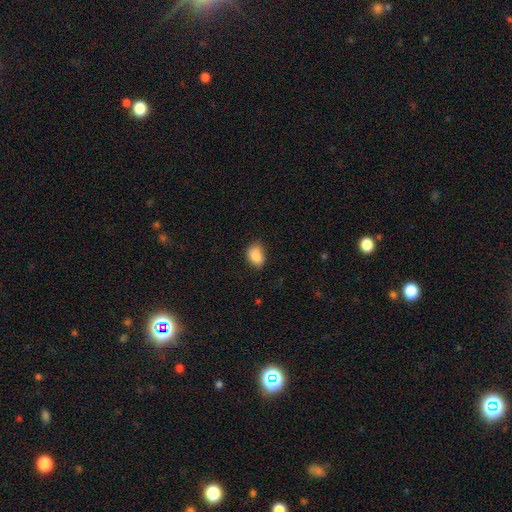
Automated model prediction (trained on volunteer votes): This appears to be a smooth galaxy with no disk features (87%) that is in between round and cigar-shaped (80%). Merging: none (70%).